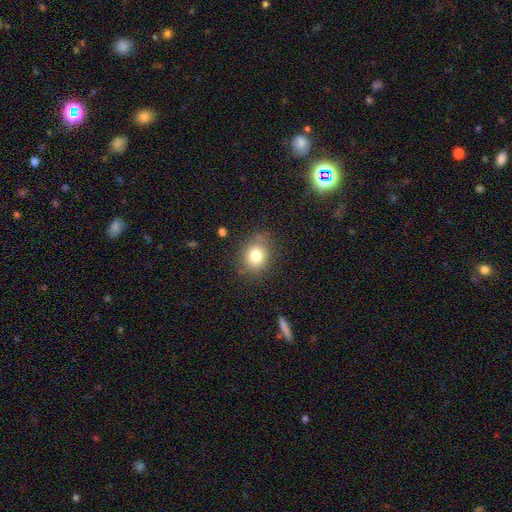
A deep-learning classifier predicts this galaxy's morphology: smooth_or_featured: smooth (p=0.80) [alt: star or artifact p=0.11]
how_rounded: round (p=0.61) [alt: in between p=0.38]
merging: none (p=0.80) [alt: minor disturbance p=0.14]